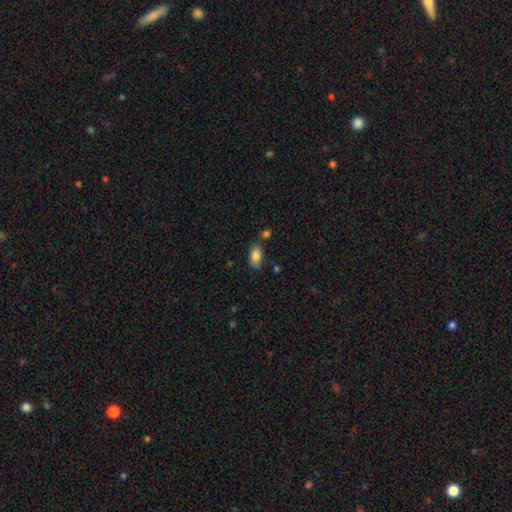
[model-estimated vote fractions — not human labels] Morphology: type=smooth (85%); roundness=in between (92%); merging=none (71%).